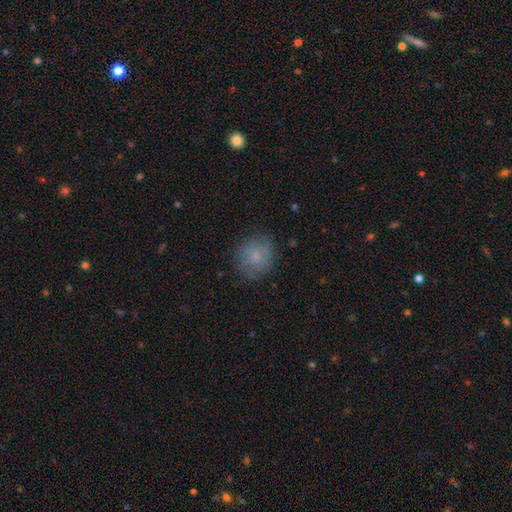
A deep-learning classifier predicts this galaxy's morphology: smooth_or_featured: smooth (p=0.73) [alt: featured or disk p=0.18]
how_rounded: round (p=0.85) [alt: in between p=0.14]
merging: none (p=0.79) [alt: minor disturbance p=0.15]